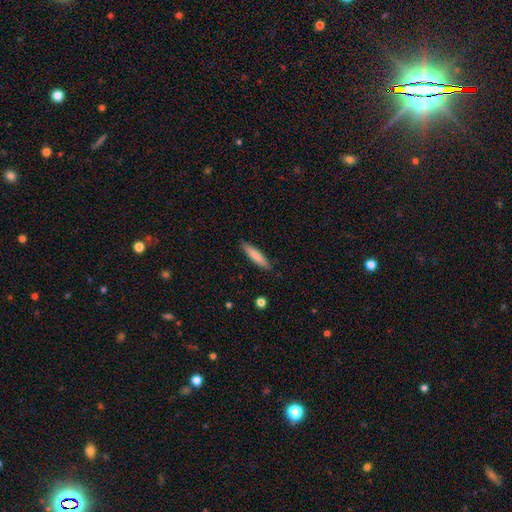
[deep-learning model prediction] The model was most divided on "smooth or featured": smooth: 78%, featured or disk: 16%, star or artifact: 6%. More confident: merging — none (88%); how rounded — cigar-shaped (84%).